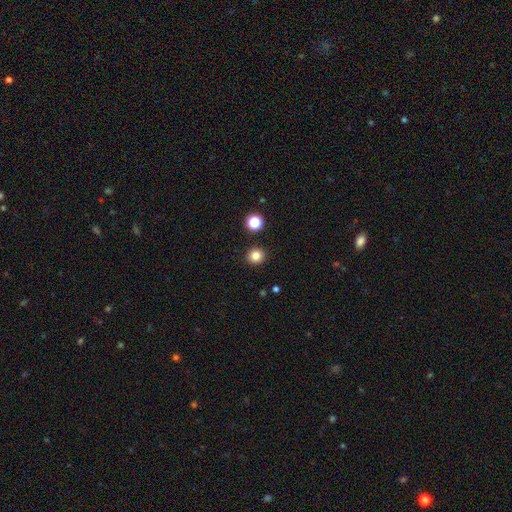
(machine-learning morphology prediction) Overall: smooth (83%). How rounded: round (91%). Merging: none (92%).